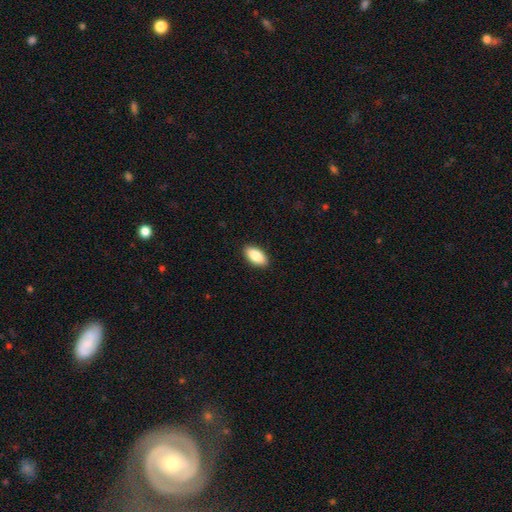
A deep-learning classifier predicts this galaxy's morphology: smooth-or-featured: smooth: 86% | featured or disk: 7% | star or artifact: 6%
  how-rounded: in between: 93% | cigar-shaped: 4% | round: 3%
  merging: none: 90% | minor disturbance: 7% | major disturbance: 2% | merger: 1%